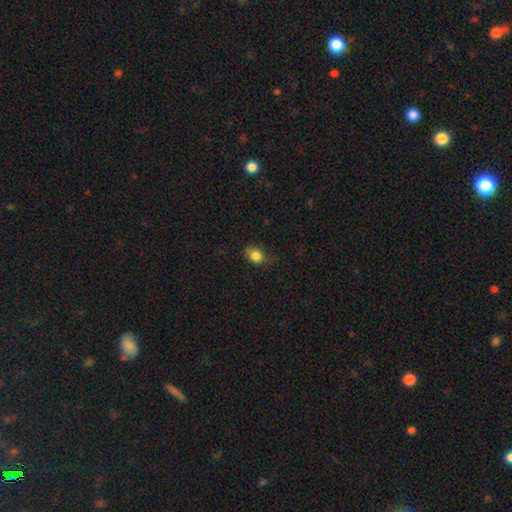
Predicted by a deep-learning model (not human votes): Smooth or featured: smooth — 83% (star or artifact — 10%)
How rounded: in between — 52% (round — 47%)
Merging: none — 66% (minor disturbance — 26%)